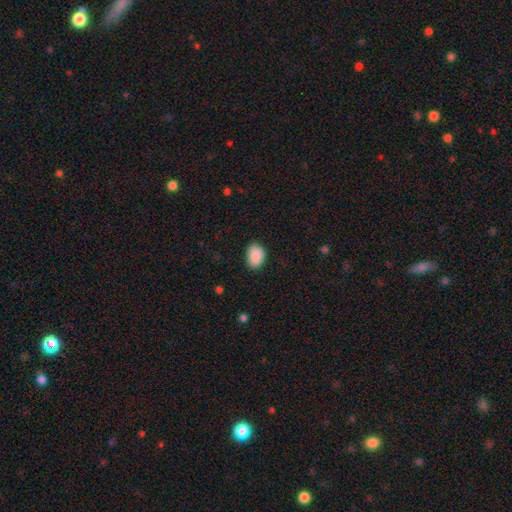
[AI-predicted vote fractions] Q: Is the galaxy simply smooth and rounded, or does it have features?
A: smooth — 90%.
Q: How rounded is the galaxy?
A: in between — 78%.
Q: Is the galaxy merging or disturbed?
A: none — 83%.